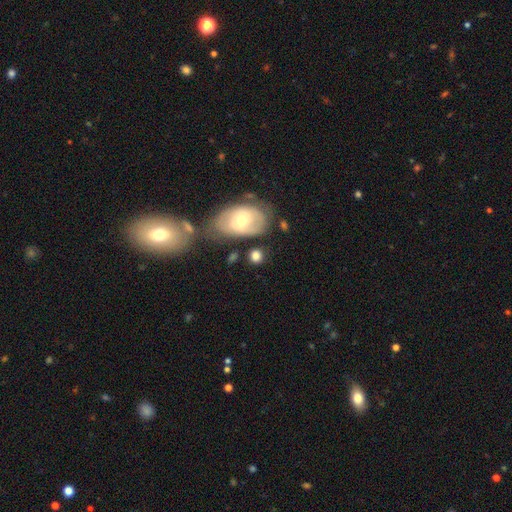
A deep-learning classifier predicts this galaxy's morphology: Smooth or featured? smooth (72%)
How rounded? round (49%)
Merging? none (63%)